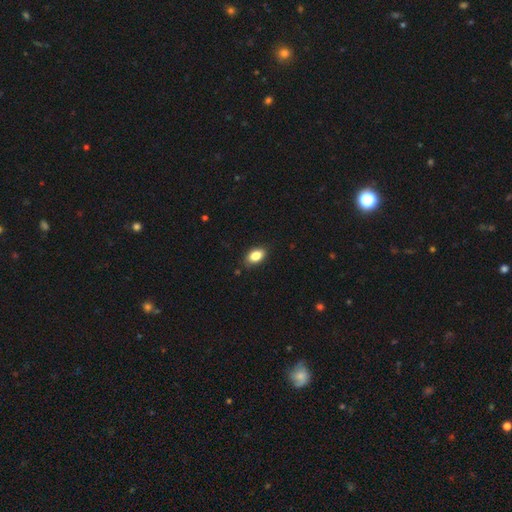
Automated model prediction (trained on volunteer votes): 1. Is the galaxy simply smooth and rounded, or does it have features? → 84% smooth, 8% star or artifact, 7% featured or disk.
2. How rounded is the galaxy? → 88% in between, 9% round, 2% cigar-shaped.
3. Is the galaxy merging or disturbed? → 84% none, 13% minor disturbance, 2% major disturbance, 1% merger.